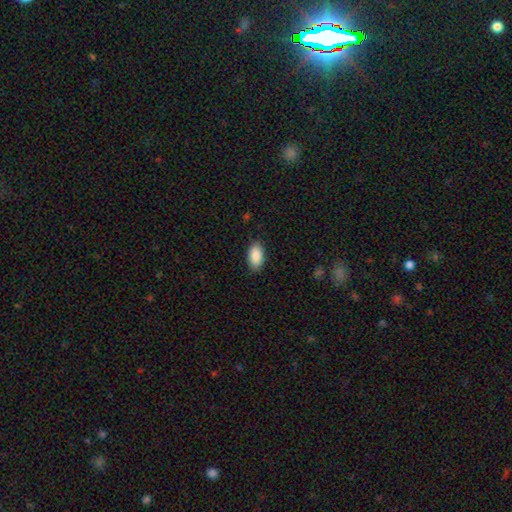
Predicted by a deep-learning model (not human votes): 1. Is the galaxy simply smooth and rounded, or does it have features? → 90% smooth, 6% star or artifact, 3% featured or disk.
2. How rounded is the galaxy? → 95% in between, 3% round, 2% cigar-shaped.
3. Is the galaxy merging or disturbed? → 86% none, 11% minor disturbance, 2% major disturbance, 1% merger.